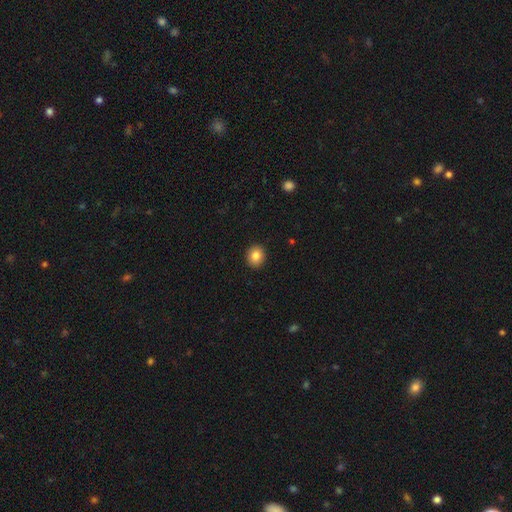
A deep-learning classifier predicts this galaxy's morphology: Smooth or featured?
  - smooth: 83% *
  - star or artifact: 9%
  - featured or disk: 7%
How rounded?
  - round: 80% *
  - in between: 19%
  - cigar-shaped: 1%
Merging?
  - none: 92% *
  - minor disturbance: 6%
  - major disturbance: 2%
  - merger: 1%